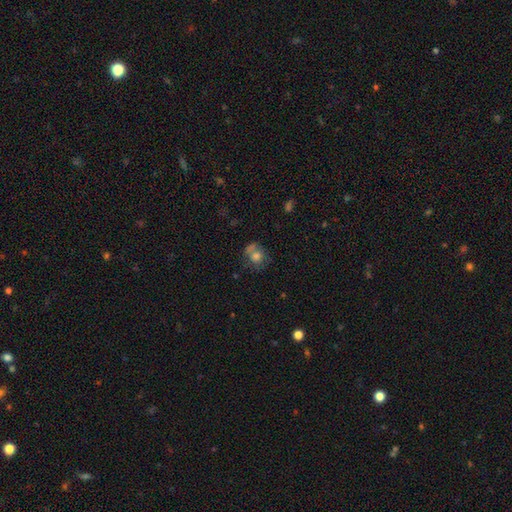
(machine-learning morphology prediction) Smooth or featured? smooth (66%)
How rounded? round (72%)
Merging? none (48%)